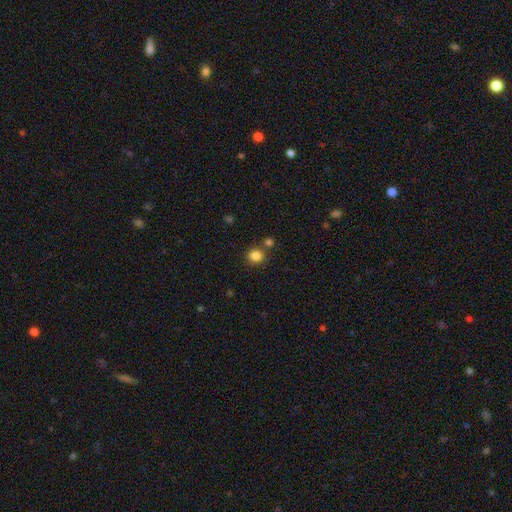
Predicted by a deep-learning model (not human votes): A smooth galaxy with no disk features (83%) that is round (89%). Merging: none (78%).